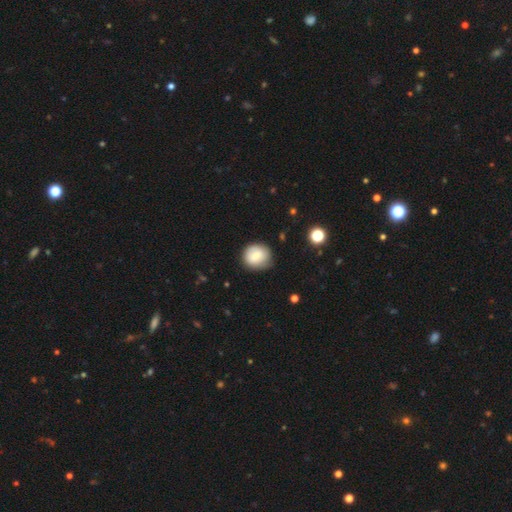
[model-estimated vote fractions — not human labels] Morphology: type=smooth (77%); roundness=round (80%); merging=none (69%).